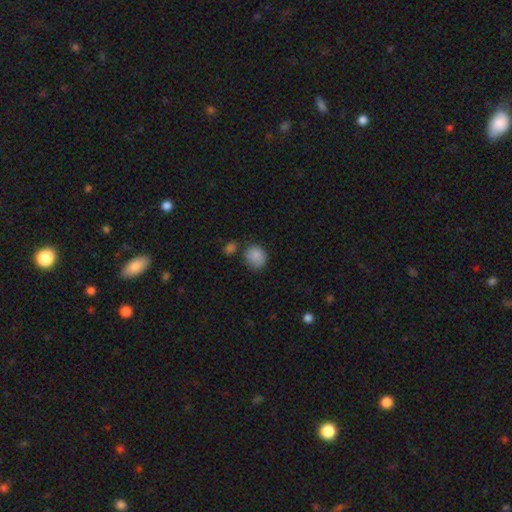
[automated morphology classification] The model was most divided on "merging": none: 63%, minor disturbance: 20%, merger: 11%, major disturbance: 6%. More confident: smooth or featured — smooth (86%); how rounded — round (75%).